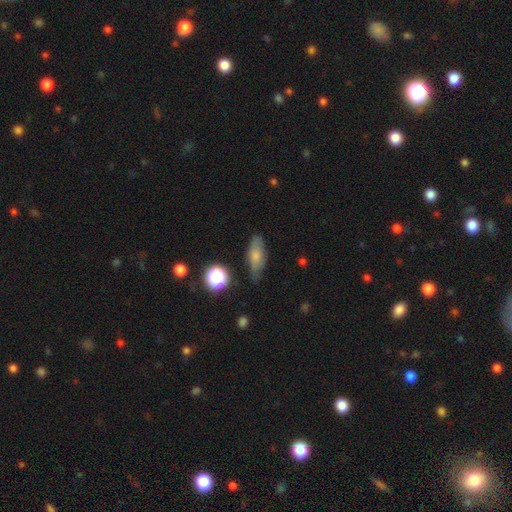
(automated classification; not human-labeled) smooth_or_featured: smooth (p=0.69) [alt: featured or disk p=0.21]
how_rounded: in between (p=0.73) [alt: cigar-shaped p=0.20]
merging: none (p=0.61) [alt: minor disturbance p=0.29]